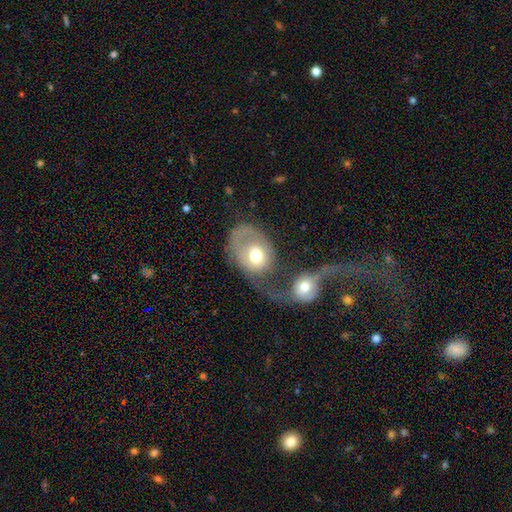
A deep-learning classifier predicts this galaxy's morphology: Smooth or featured? smooth (52%)
How rounded? in between (60%)
Merging? merger (45%)